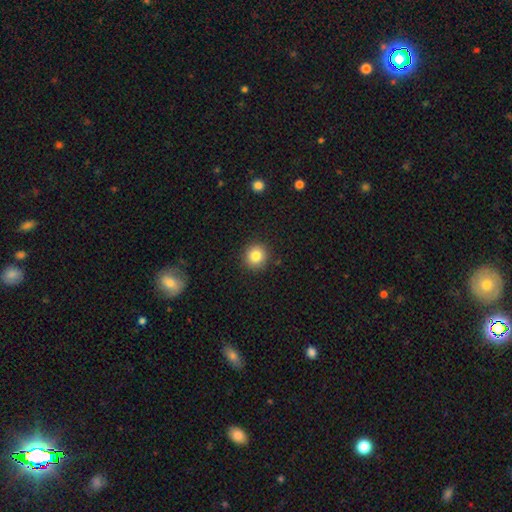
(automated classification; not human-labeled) A smooth galaxy with no disk features (84%) that is round (92%). Merging: none (90%).